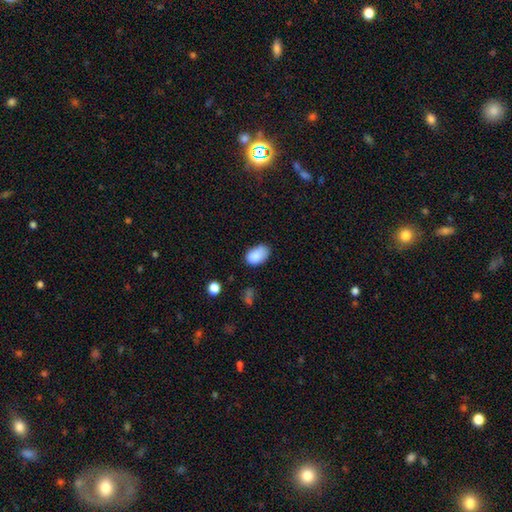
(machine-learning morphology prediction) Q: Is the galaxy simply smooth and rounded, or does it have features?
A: smooth — 84%.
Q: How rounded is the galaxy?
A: in between — 87%.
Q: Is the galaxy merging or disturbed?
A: none — 55%.